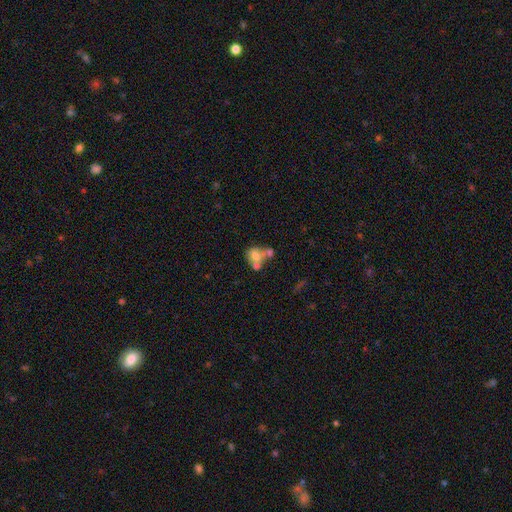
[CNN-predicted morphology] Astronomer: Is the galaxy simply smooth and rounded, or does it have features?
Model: smooth — 64%.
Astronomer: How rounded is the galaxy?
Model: round — 53% (runner-up: in between, 46%).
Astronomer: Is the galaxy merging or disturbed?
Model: merger — 50% (runner-up: none, 30%).